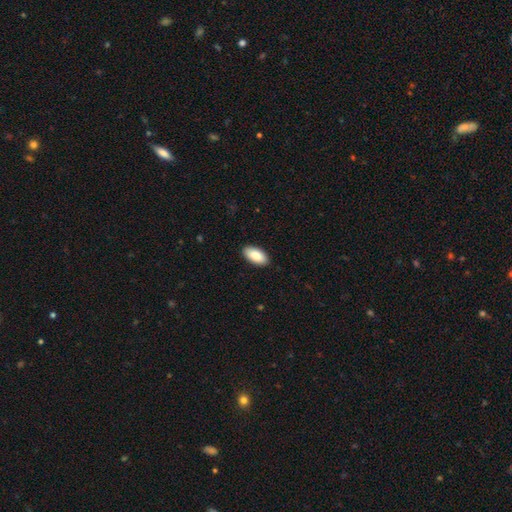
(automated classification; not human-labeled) Smooth or featured?
  - smooth: 87% *
  - featured or disk: 7%
  - star or artifact: 6%
How rounded?
  - in between: 95% *
  - cigar-shaped: 3%
  - round: 2%
Merging?
  - none: 91% *
  - minor disturbance: 7%
  - major disturbance: 2%
  - merger: 1%